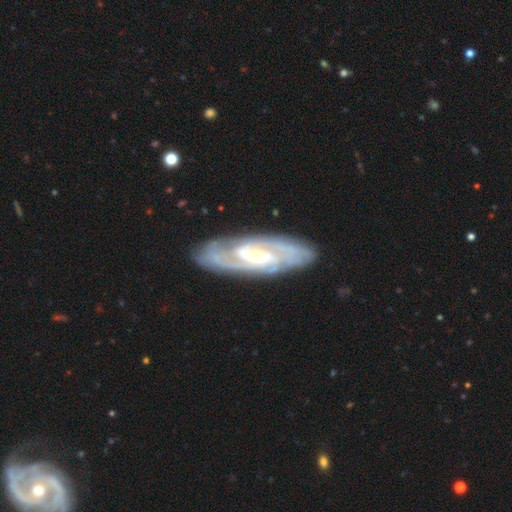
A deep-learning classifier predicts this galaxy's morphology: The model was most divided on "bulge size": moderate: 48%, small: 47%, large: 3%, none: 1%, dominant: 1%. Remaining: spiral arms — yes (96%); edge-on disk — no (89%); smooth or featured — featured or disk (87%); merging — none (84%); spiral winding — tight (60%); spiral arm count — 2 (52%); bar — weak (44%).